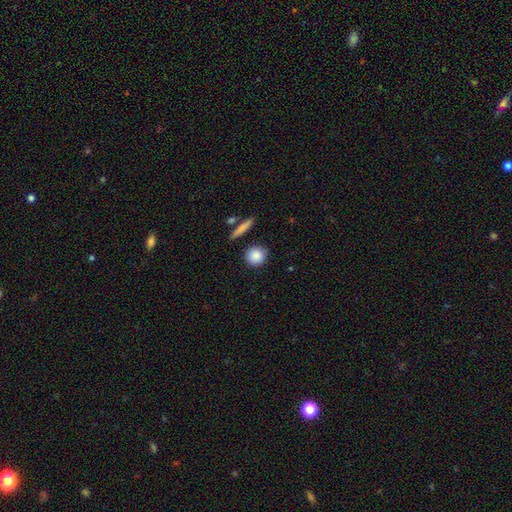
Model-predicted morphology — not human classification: smooth 87%, star or artifact 7%, featured or disk 6%. Down the decision tree: how rounded — round (87%); merging — none (84%).